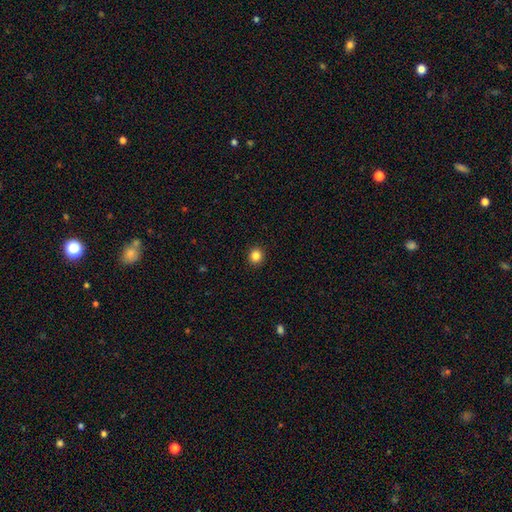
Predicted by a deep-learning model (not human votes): Smooth or featured?
  - smooth: 84% *
  - star or artifact: 11%
  - featured or disk: 4%
How rounded?
  - round: 90% *
  - in between: 9%
  - cigar-shaped: 1%
Merging?
  - none: 93% *
  - minor disturbance: 5%
  - major disturbance: 2%
  - merger: 1%